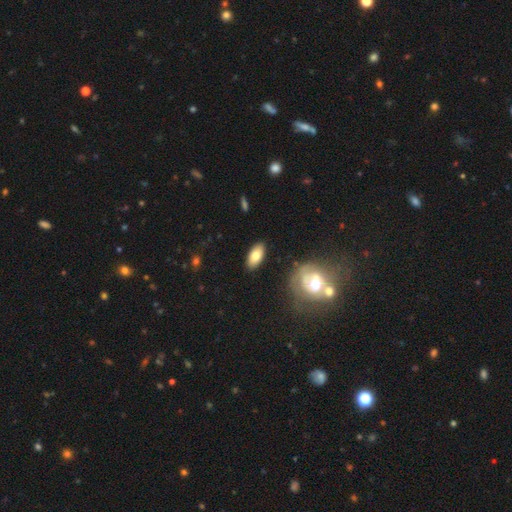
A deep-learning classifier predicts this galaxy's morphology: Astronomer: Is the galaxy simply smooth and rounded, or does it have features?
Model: smooth — 75%.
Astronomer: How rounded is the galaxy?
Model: in between — 91%.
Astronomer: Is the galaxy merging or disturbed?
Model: none — 86%.